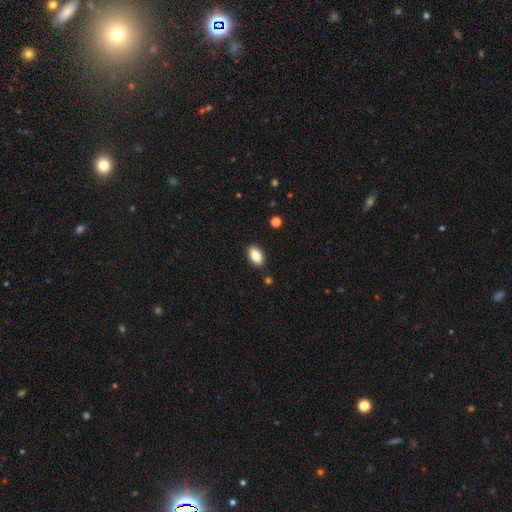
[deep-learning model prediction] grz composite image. It shows a smooth galaxy with no disk features (83%) that is in between round and cigar-shaped (92%). Merging: none (88%).